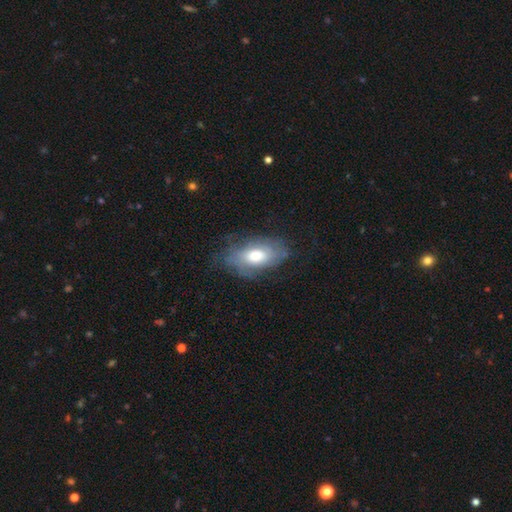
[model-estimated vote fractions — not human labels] smooth-or-featured: smooth: 48% | featured or disk: 44% | star or artifact: 8%
  merging: none: 63% | minor disturbance: 25% | major disturbance: 11% | merger: 1%